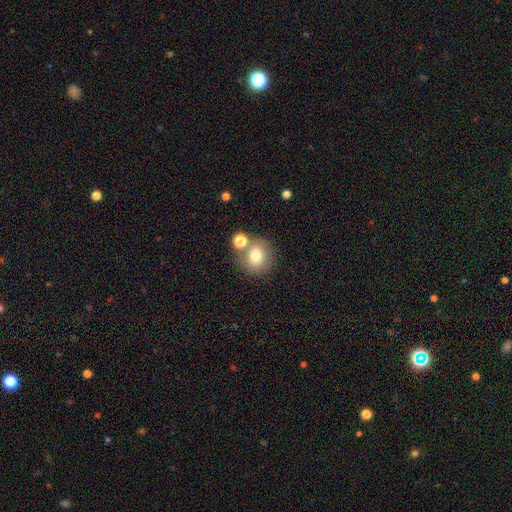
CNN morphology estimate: Smooth or featured?
  - smooth: 76% *
  - featured or disk: 13%
  - star or artifact: 11%
How rounded?
  - round: 83% *
  - in between: 17%
  - cigar-shaped: 1%
Merging?
  - none: 65% *
  - merger: 20%
  - minor disturbance: 11%
  - major disturbance: 4%